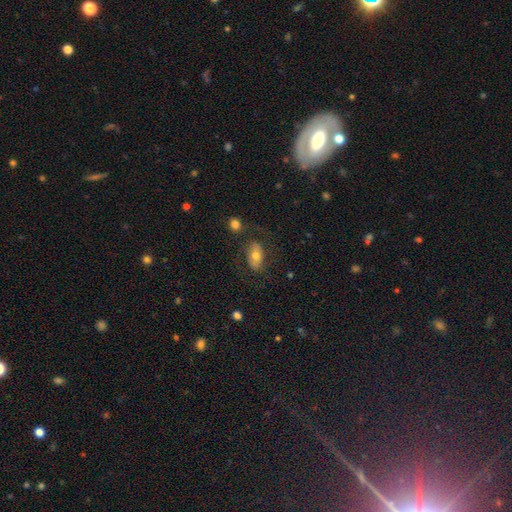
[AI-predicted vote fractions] A smooth galaxy with no disk features (58%) that is in between round and cigar-shaped (87%). Merging: none (66%).